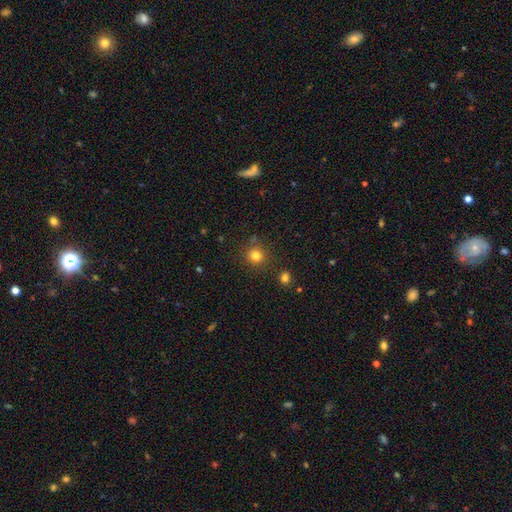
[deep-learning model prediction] smooth 80%, star or artifact 14%, featured or disk 5%. Down the decision tree: how rounded — round (92%); merging — none (84%).